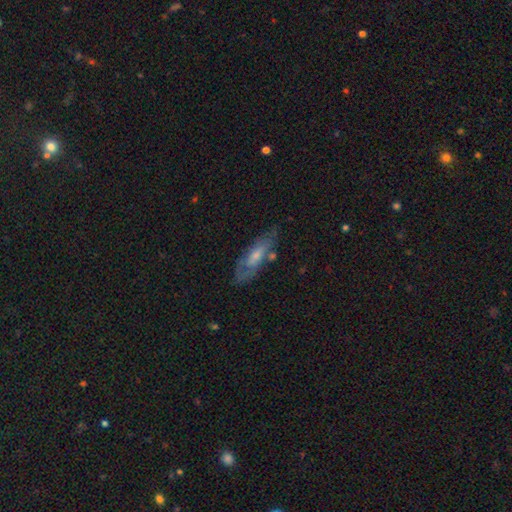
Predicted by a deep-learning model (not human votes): Smooth or featured? featured or disk (54%)
Edge-on disk? no (67%)
Merging? none (66%)